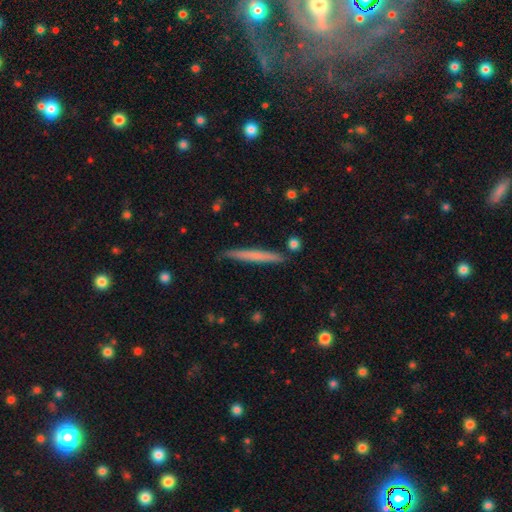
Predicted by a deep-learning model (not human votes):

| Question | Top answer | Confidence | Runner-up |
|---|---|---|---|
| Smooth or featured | smooth | 57% | featured or disk (37%) |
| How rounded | cigar-shaped | 96% | in between (2%) |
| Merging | none | 88% | minor disturbance (9%) |